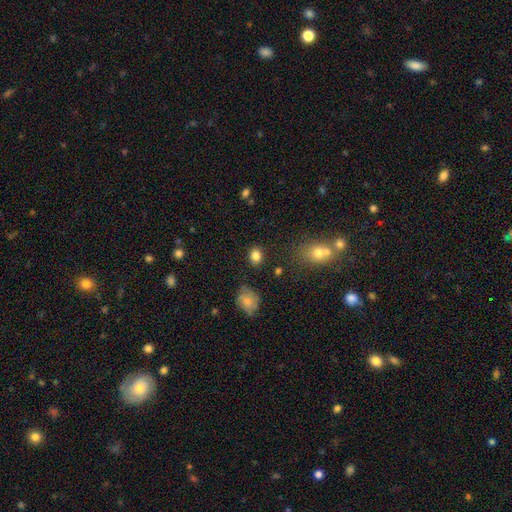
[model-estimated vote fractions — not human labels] A smooth galaxy with no disk features (84%) that is round (61%). Merging: none (85%).